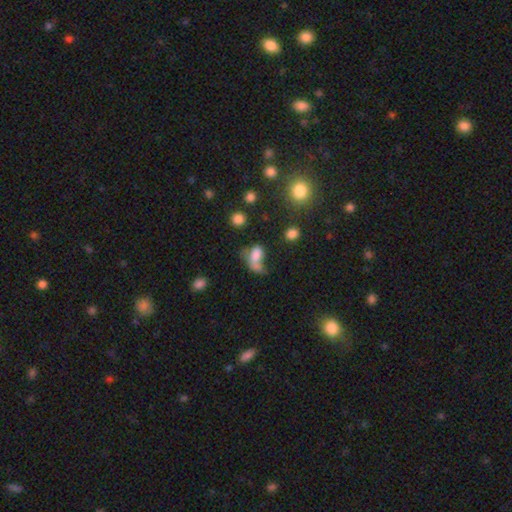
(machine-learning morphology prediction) type=smooth (63%); roundness=in between (78%); merging=major disturbance (40%).